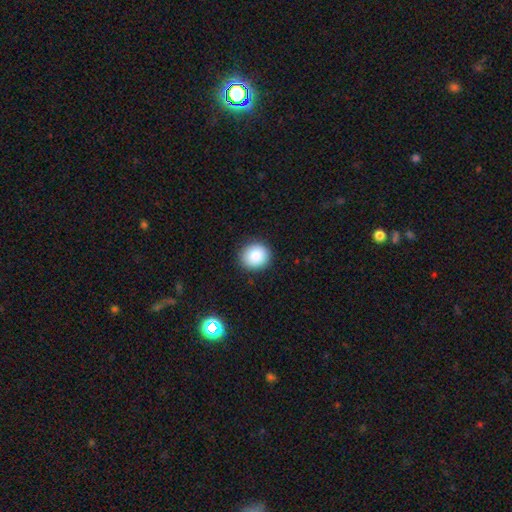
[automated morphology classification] smooth_or_featured: smooth (p=0.86) [alt: star or artifact p=0.09]
how_rounded: round (p=0.87) [alt: in between p=0.12]
merging: none (p=0.90) [alt: minor disturbance p=0.07]